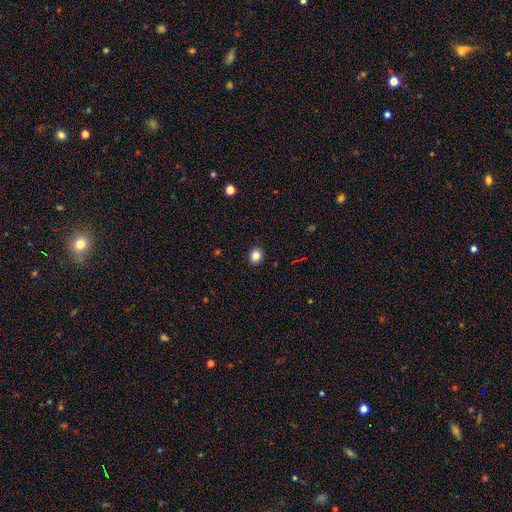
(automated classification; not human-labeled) This appears to be a smooth galaxy with no disk features (83%) that is round (80%). Merging: none (92%).